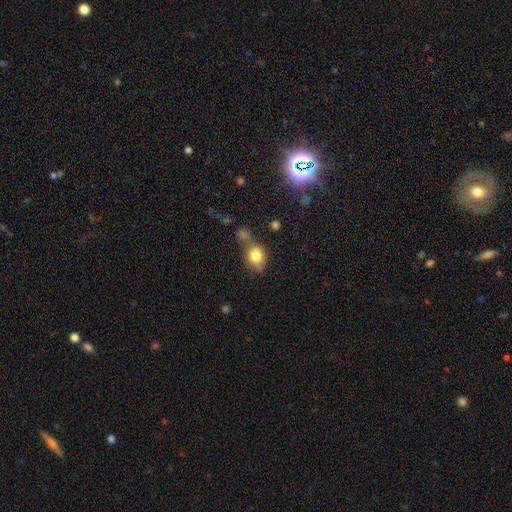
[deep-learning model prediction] Morphology: type=smooth (82%); roundness=in between (50%); merging=none (51%).